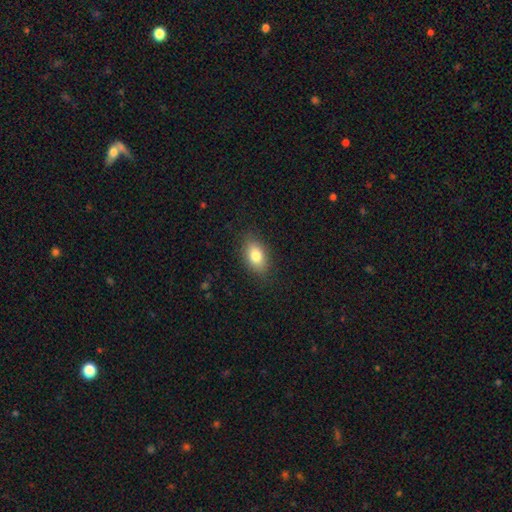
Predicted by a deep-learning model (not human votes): Overall: smooth (81%). How rounded: in between (88%). Merging: none (85%).